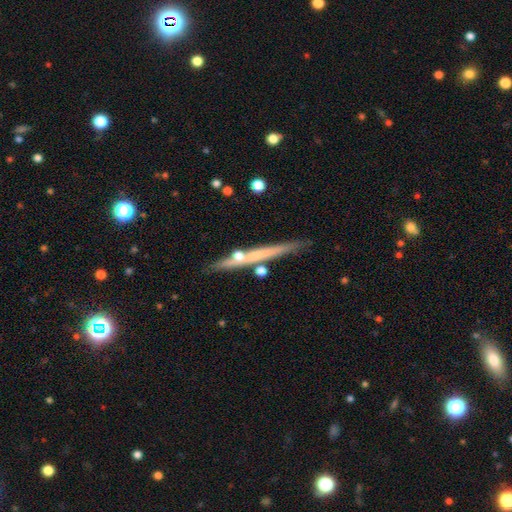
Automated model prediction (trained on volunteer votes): The model was most divided on "smooth or featured": featured or disk: 57%, smooth: 37%, star or artifact: 7%. More confident: edge-on disk — yes (95%); merging — none (78%); edge-on bulge — none (63%).